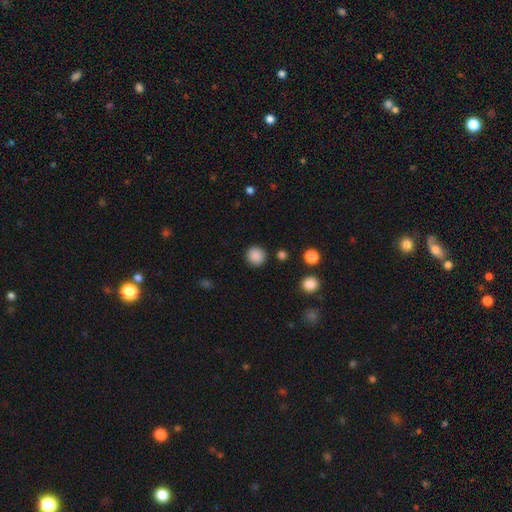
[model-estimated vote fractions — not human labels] The model was most divided on "smooth or featured": smooth: 88%, star or artifact: 9%, featured or disk: 3%. More confident: how rounded — round (93%); merging — none (90%).